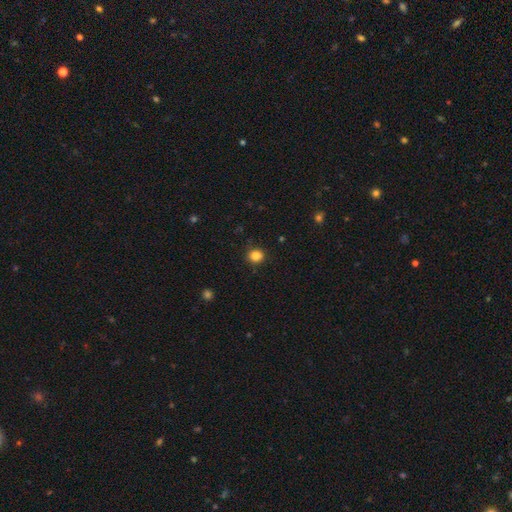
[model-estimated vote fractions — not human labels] smooth_or_featured: smooth (p=0.84) [alt: star or artifact p=0.12]
how_rounded: round (p=0.84) [alt: in between p=0.15]
merging: none (p=0.86) [alt: minor disturbance p=0.10]